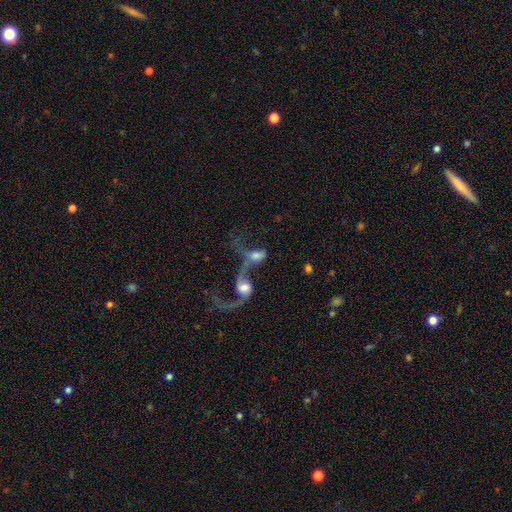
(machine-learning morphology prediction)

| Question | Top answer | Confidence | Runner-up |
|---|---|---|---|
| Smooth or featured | featured or disk | 57% | smooth (33%) |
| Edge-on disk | no | 94% | yes (6%) |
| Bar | no | 64% | weak (27%) |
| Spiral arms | yes | 73% | no (27%) |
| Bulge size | moderate | 45% | large (24%) |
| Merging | merger | 75% | major disturbance (13%) |